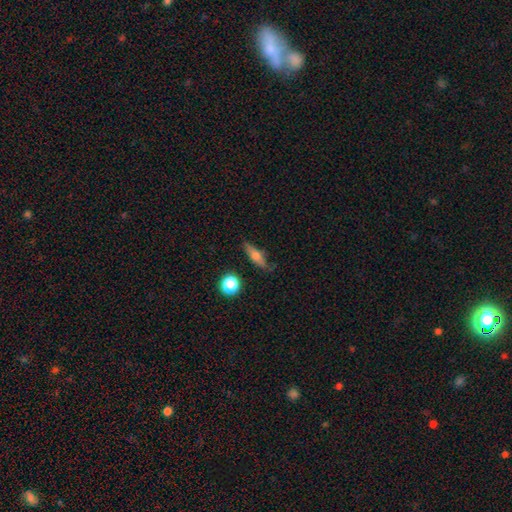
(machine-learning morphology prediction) Smooth or featured: smooth — 53% (featured or disk — 38%)
How rounded: cigar-shaped — 56% (in between — 37%)
Merging: none — 76% (minor disturbance — 17%)